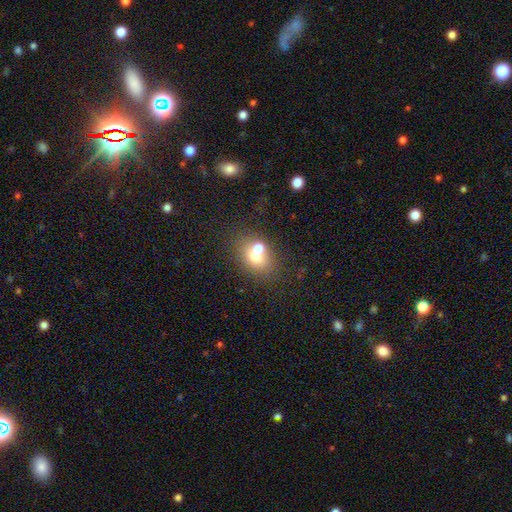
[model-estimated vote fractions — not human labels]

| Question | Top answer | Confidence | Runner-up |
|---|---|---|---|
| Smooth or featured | smooth | 64% | featured or disk (23%) |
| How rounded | round | 50% | in between (48%) |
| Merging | merger | 47% | none (40%) |